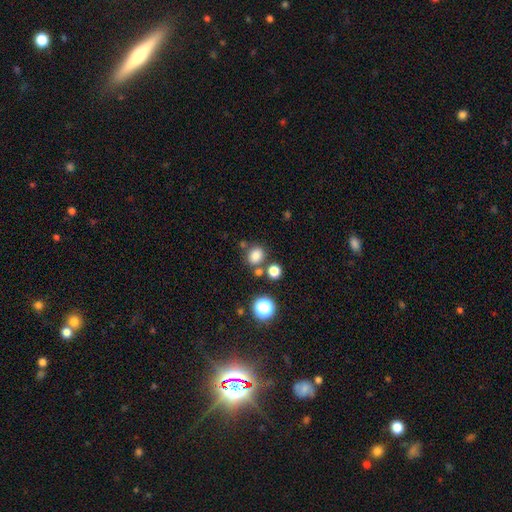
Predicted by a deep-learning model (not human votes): smooth-or-featured: smooth: 80% | star or artifact: 15% | featured or disk: 6%
  how-rounded: round: 66% | in between: 33% | cigar-shaped: 1%
  merging: none: 70% | merger: 15% | minor disturbance: 11% | major disturbance: 4%